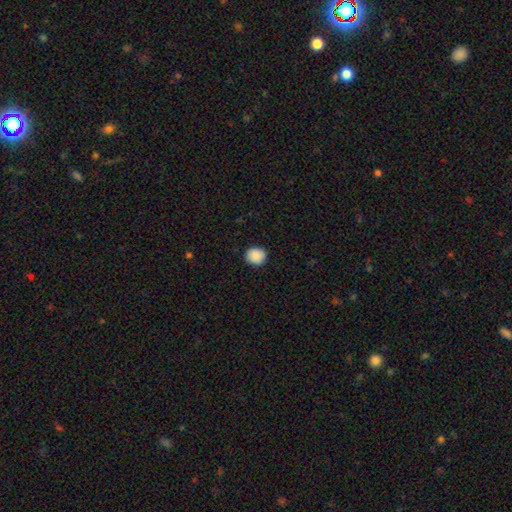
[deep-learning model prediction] A smooth galaxy with no disk features (89%) that is round (85%).

Vote fractions:
- Smooth or featured? smooth: 89% / star or artifact: 8% / featured or disk: 3%
- How rounded? round: 85% / in between: 14% / cigar-shaped: 1%
- Merging? none: 90% / minor disturbance: 7% / major disturbance: 2% / merger: 1%